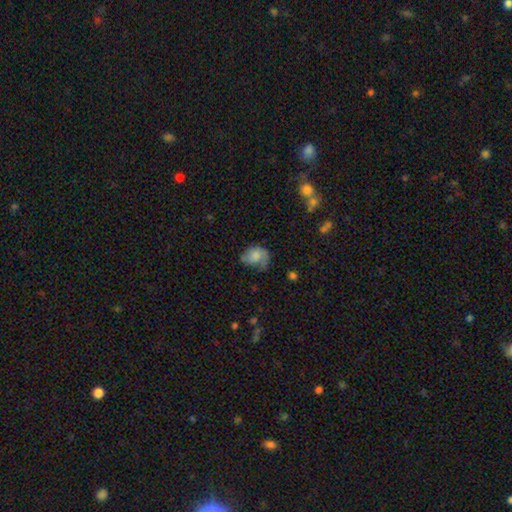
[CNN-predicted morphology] smooth 63%, featured or disk 28%, star or artifact 9%. Down the decision tree: how rounded — in between (63%); merging — none (38%).